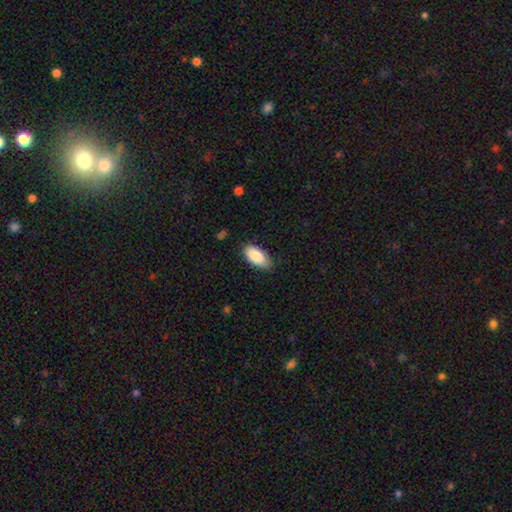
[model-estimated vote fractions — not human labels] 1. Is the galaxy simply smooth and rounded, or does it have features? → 88% smooth, 6% featured or disk, 6% star or artifact.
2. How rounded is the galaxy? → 93% in between, 5% cigar-shaped, 2% round.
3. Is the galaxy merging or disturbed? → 81% none, 16% minor disturbance, 2% major disturbance, 1% merger.